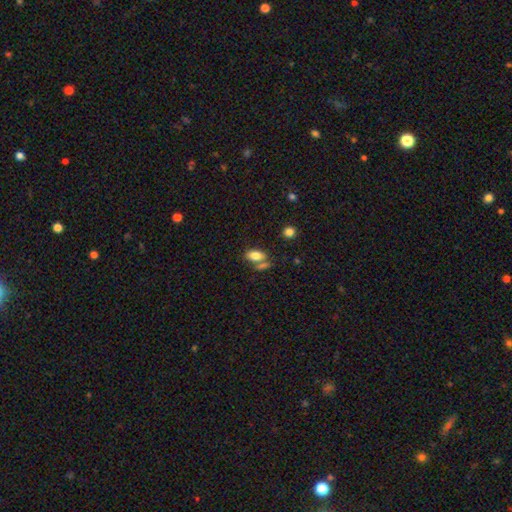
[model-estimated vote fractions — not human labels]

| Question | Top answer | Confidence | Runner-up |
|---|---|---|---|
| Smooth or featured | smooth | 80% | featured or disk (12%) |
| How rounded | in between | 88% | cigar-shaped (6%) |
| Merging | none | 57% | merger (25%) |